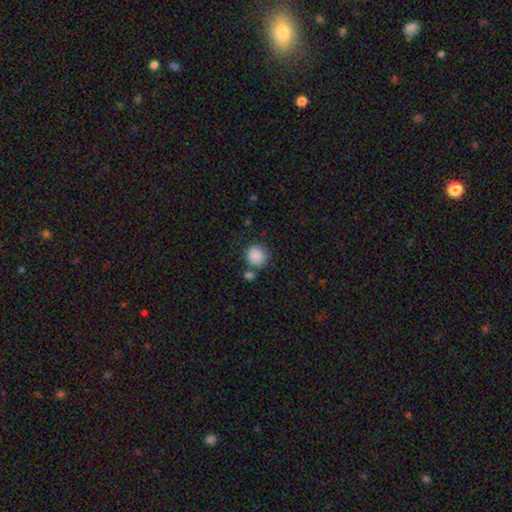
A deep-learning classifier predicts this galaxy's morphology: smooth-or-featured: smooth: 88% | star or artifact: 8% | featured or disk: 4%
  how-rounded: round: 90% | in between: 9% | cigar-shaped: 1%
  merging: none: 70% | merger: 13% | minor disturbance: 12% | major disturbance: 4%